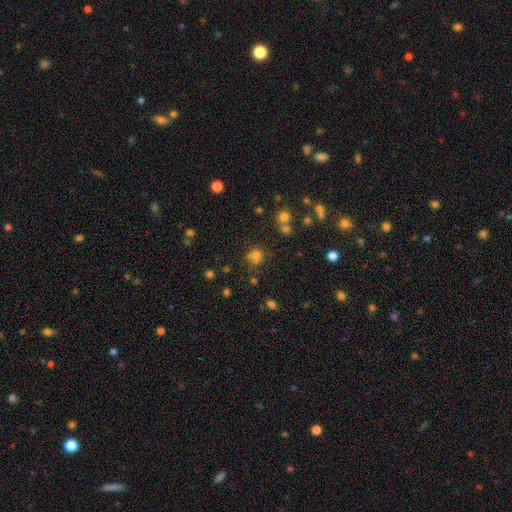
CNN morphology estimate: smooth 67%, star or artifact 23%, featured or disk 10%. Down the decision tree: how rounded — round (79%); merging — none (57%).